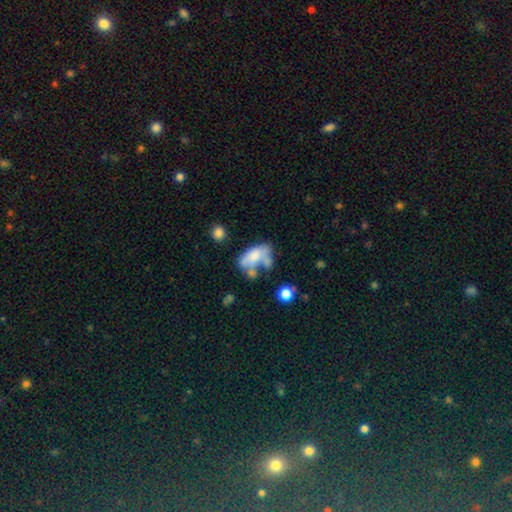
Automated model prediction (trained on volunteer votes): Smooth or featured? smooth (60%)
How rounded? in between (88%)
Merging? merger (36%)